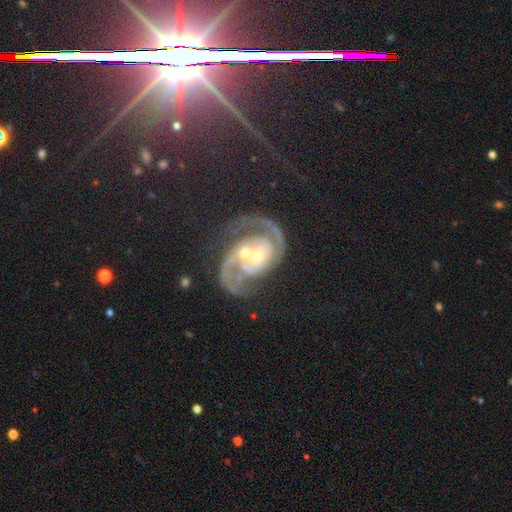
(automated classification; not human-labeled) featured or disk 85%, star or artifact 9%, smooth 6%. Down the decision tree: edge-on disk — no (98%); bar — no (68%); spiral arms — yes (95%); spiral arm count — 2 (85%); spiral winding — medium (51%); bulge size — moderate (48%); merging — none (42%).